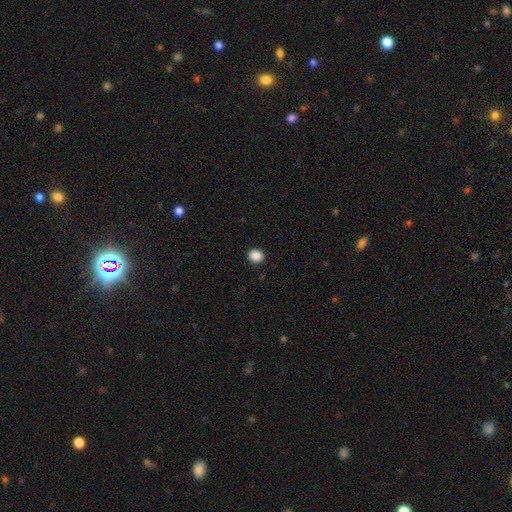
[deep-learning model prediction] This appears to be a smooth galaxy with no disk features (88%) that is round (81%). Merging: none (91%).